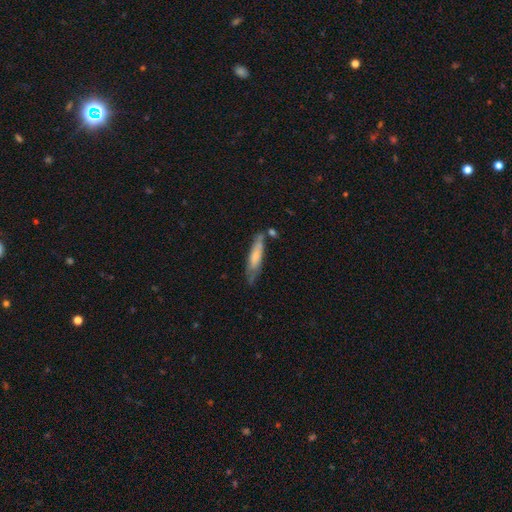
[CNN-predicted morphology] smooth_or_featured: smooth (p=0.63) [alt: featured or disk p=0.31]
how_rounded: cigar-shaped (p=0.77) [alt: in between p=0.22]
merging: none (p=0.60) [alt: minor disturbance p=0.24]